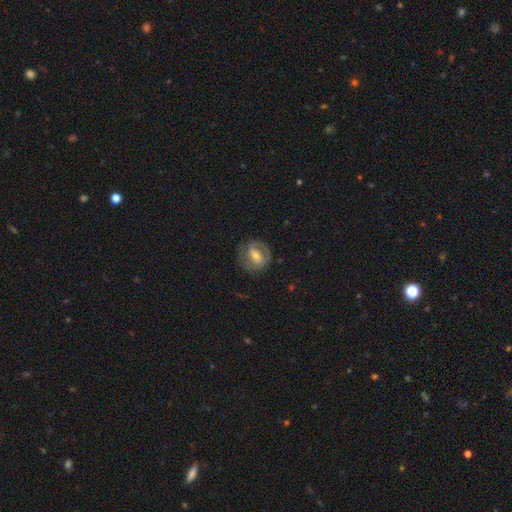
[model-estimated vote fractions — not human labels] Smooth or featured: featured or disk — 62% (smooth — 31%)
Edge-on disk: no — 95% (yes — 5%)
Bar: strong — 38% (tied with weak — 38%)
Spiral arms: yes — 64% (no — 36%)
Bulge size: moderate — 52% (small — 39%)
Merging: none — 71% (minor disturbance — 17%)